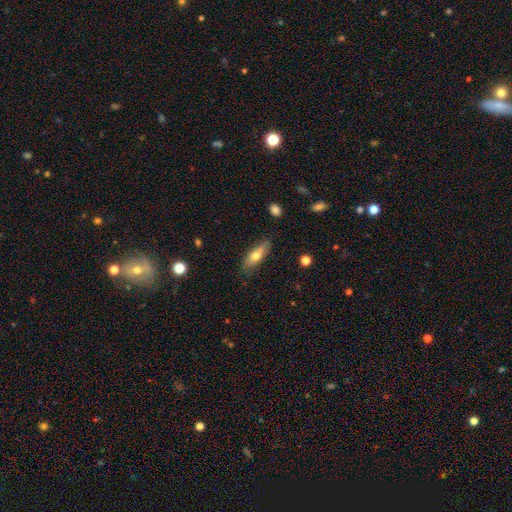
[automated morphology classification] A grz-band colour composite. It shows a smooth galaxy with no disk features (65%) that is in between round and cigar-shaped (57%). Merging: none (73%).